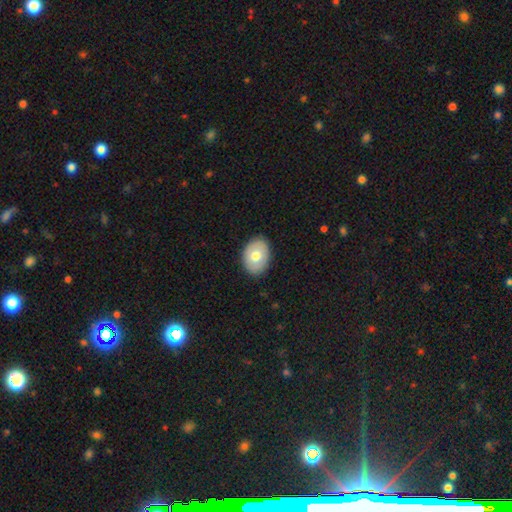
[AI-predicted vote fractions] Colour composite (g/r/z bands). It shows a smooth galaxy with no disk features (70%) that is in between round and cigar-shaped (74%). Merging: none (87%).